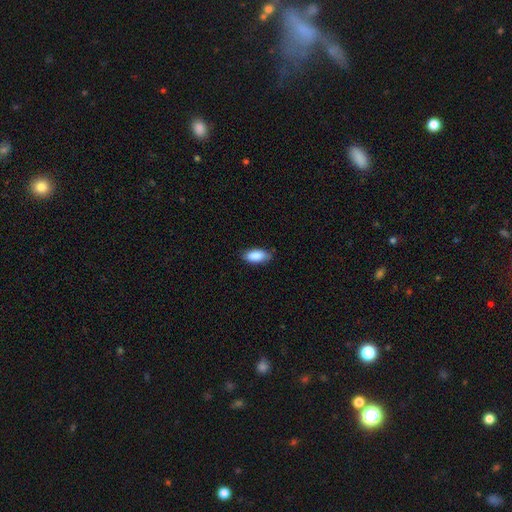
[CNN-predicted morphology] Smooth or featured: smooth — 88% (star or artifact — 6%)
How rounded: in between — 90% (cigar-shaped — 7%)
Merging: none — 78% (minor disturbance — 18%)